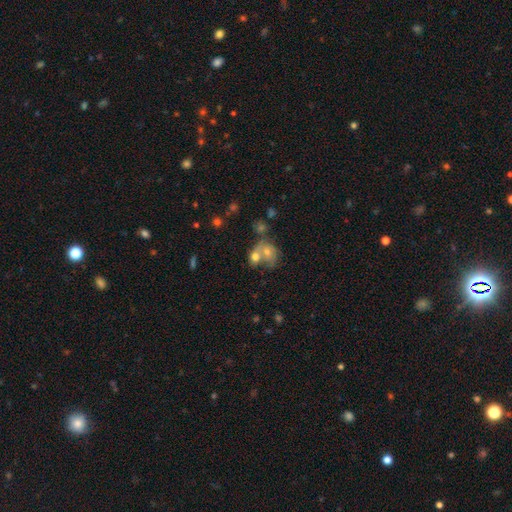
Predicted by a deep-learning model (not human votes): Q: Smooth or featured?
A: smooth (64%); runner-up: featured or disk (24%)
Q: How rounded?
A: round (51%); runner-up: in between (48%)
Q: Merging?
A: merger (63%); runner-up: none (22%)